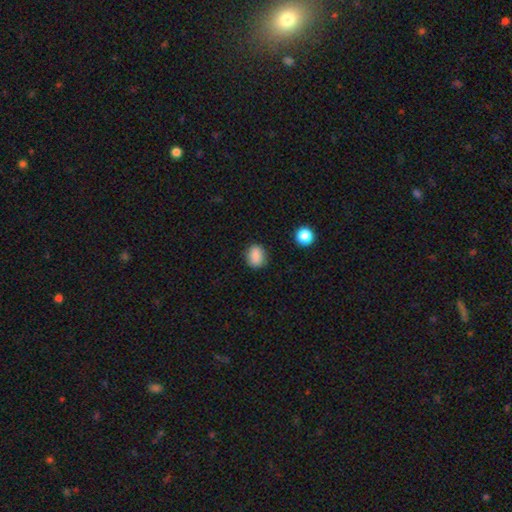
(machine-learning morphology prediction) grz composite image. It shows a smooth galaxy with no disk features (87%) that is in between round and cigar-shaped (54%). Merging: none (84%).